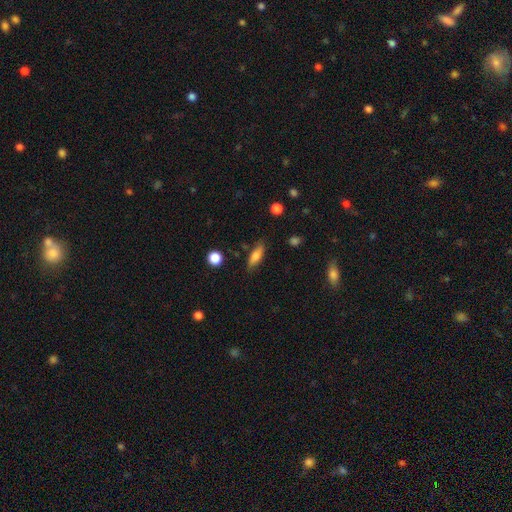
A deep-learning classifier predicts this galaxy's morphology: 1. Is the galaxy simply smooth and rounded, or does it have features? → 73% smooth, 19% featured or disk, 8% star or artifact.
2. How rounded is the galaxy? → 57% in between, 40% cigar-shaped, 3% round.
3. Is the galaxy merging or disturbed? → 79% none, 15% minor disturbance, 3% major disturbance, 2% merger.